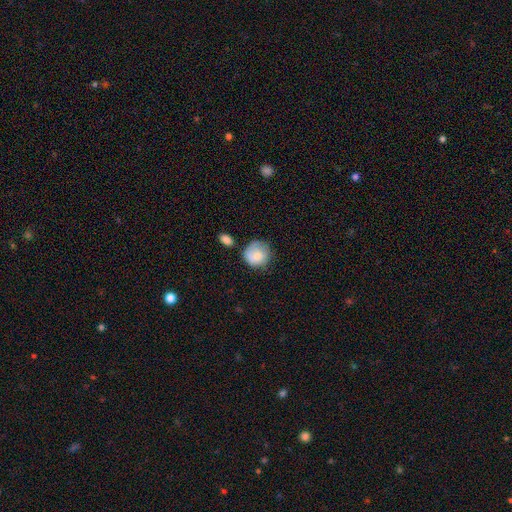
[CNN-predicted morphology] type=smooth (79%); roundness=round (85%); merging=none (58%).